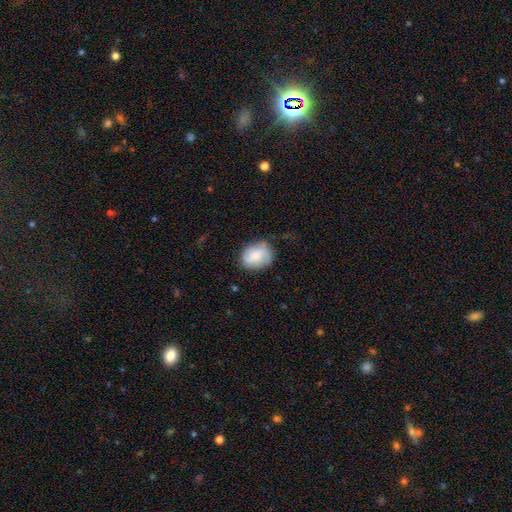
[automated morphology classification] Smooth or featured?
  - smooth: 63% *
  - featured or disk: 29%
  - star or artifact: 8%
How rounded?
  - in between: 50% *
  - round: 49%
  - cigar-shaped: 1%
Merging?
  - none: 70% *
  - minor disturbance: 22%
  - major disturbance: 7%
  - merger: 1%